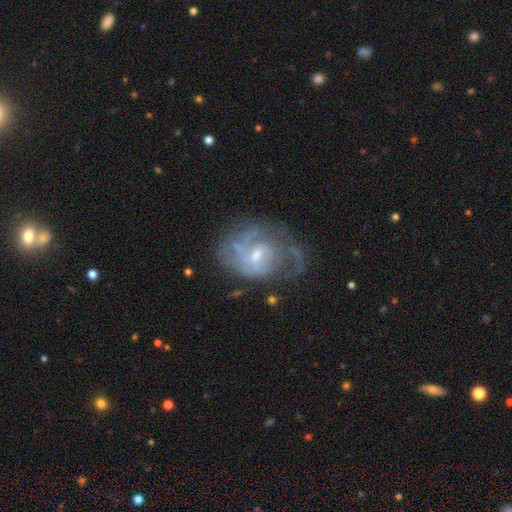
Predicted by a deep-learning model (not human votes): Smooth or featured?
  - featured or disk: 79% *
  - smooth: 13%
  - star or artifact: 8%
Edge-on disk?
  - no: 97% *
  - yes: 3%
Bar?
  - weak: 56% *
  - no: 35%
  - strong: 9%
Spiral arms?
  - yes: 86% *
  - no: 14%
Spiral winding?
  - medium: 41% *
  - tight: 34%
  - loose: 25%
Spiral arm count?
  - can't tell: 37% *
  - 2: 28%
  - 1: 14%
  - 3: 13%
  - 4: 5%
  - more than 4: 4%
Bulge size?
  - small: 53% *
  - moderate: 39%
  - none: 5%
  - large: 2%
  - dominant: 1%
Merging?
  - none: 45% *
  - major disturbance: 28%
  - minor disturbance: 24%
  - merger: 3%